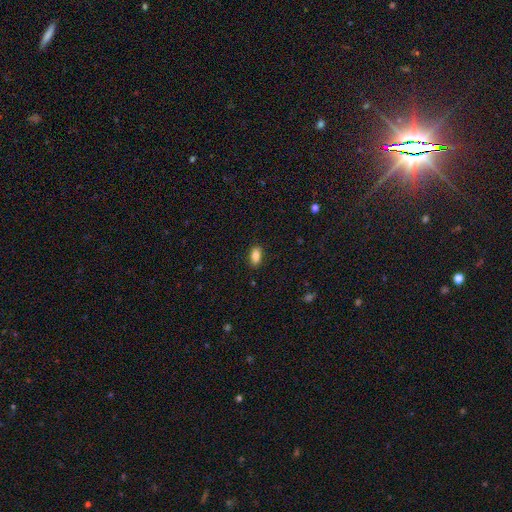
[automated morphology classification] Smooth or featured? Predicted: smooth (p=0.85). How rounded? Predicted: in between (p=0.88). Merging? Predicted: none (p=0.88).